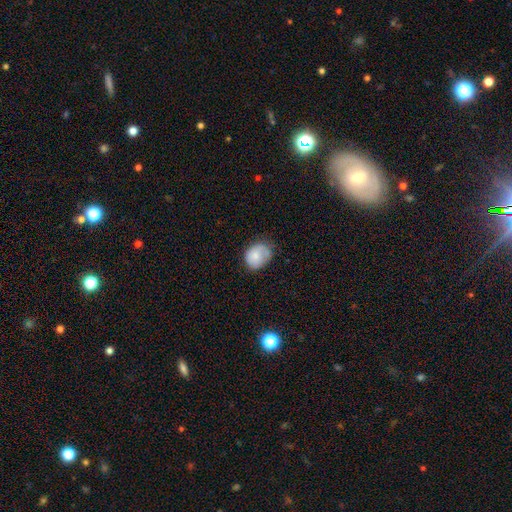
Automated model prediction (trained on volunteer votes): Q: Smooth or featured?
A: smooth (73%); runner-up: featured or disk (19%)
Q: How rounded?
A: round (50%); runner-up: in between (49%)
Q: Merging?
A: none (55%); runner-up: minor disturbance (33%)